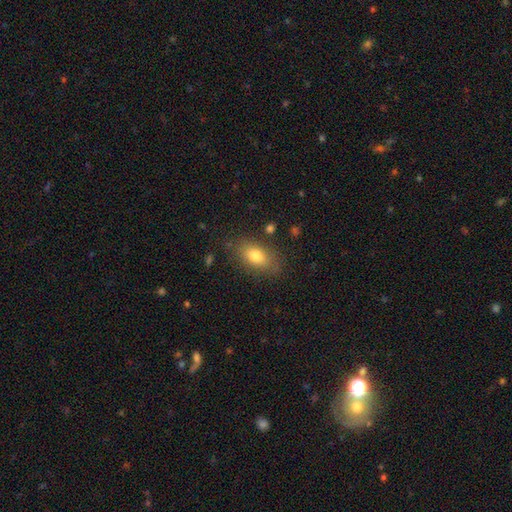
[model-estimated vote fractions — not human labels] This is likely a smooth galaxy (77%). How rounded: clearly in between (86%). Merging: clearly none (80%).